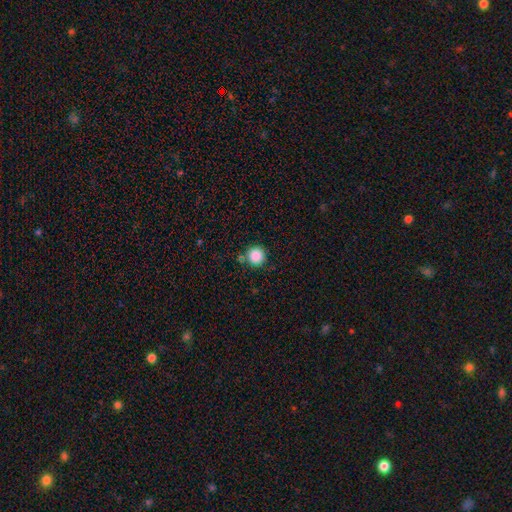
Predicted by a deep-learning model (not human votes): This appears to be a smooth galaxy with no disk features (87%) that is round (96%). Merging: none (85%).